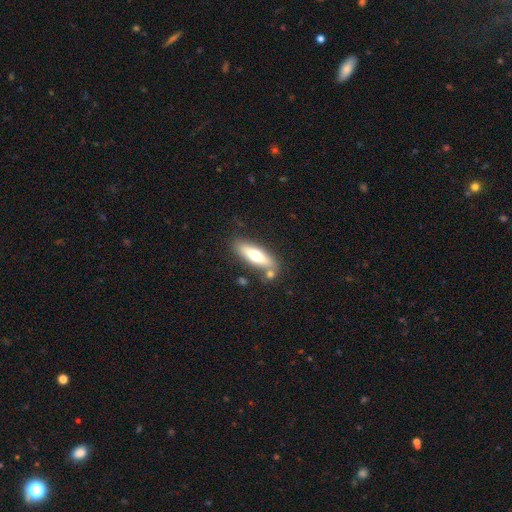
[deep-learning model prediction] smooth_or_featured: smooth (p=0.60) [alt: featured or disk p=0.34]
how_rounded: cigar-shaped (p=0.52) [alt: in between p=0.46]
merging: none (p=0.72) [alt: minor disturbance p=0.13]